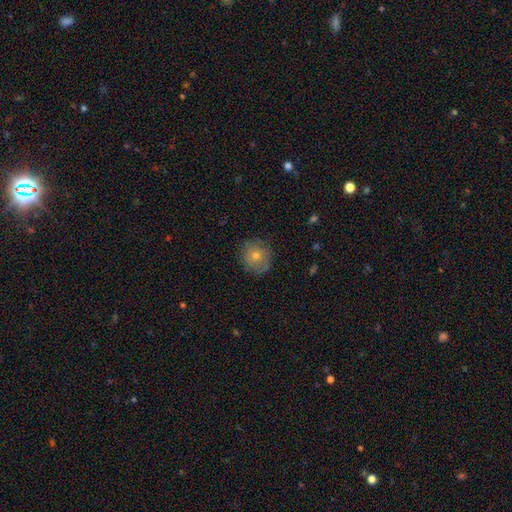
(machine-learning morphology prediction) Q: Smooth or featured?
A: smooth (60%); runner-up: featured or disk (26%)
Q: How rounded?
A: round (89%); runner-up: in between (10%)
Q: Merging?
A: none (83%); runner-up: minor disturbance (13%)